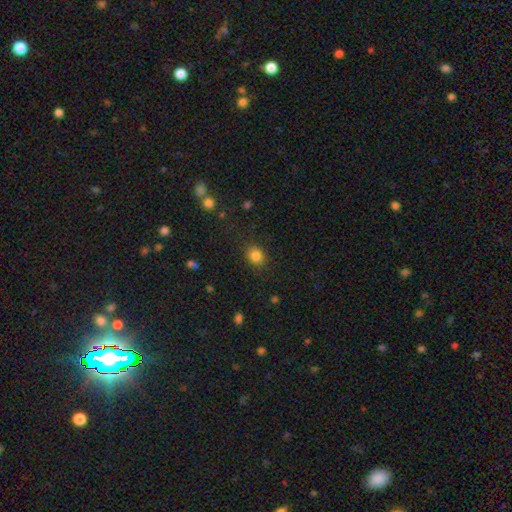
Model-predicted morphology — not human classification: Smooth or featured?
  - smooth: 84% *
  - star or artifact: 11%
  - featured or disk: 5%
How rounded?
  - round: 64% *
  - in between: 35%
  - cigar-shaped: 1%
Merging?
  - none: 86% *
  - minor disturbance: 10%
  - major disturbance: 3%
  - merger: 1%